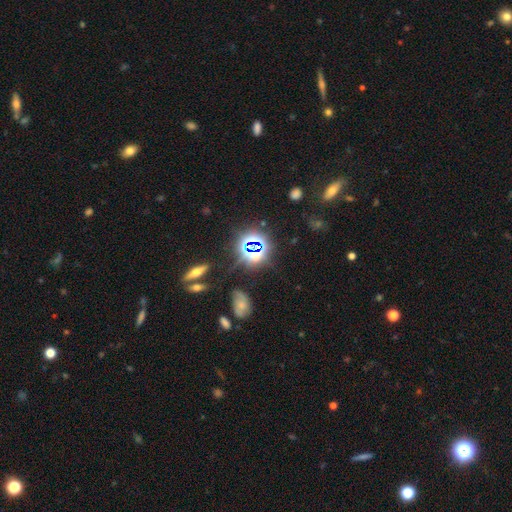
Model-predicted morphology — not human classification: A star or artifact, not a galaxy (70%).

Vote fractions:
- Smooth or featured? star or artifact: 70% / smooth: 18% / featured or disk: 12%